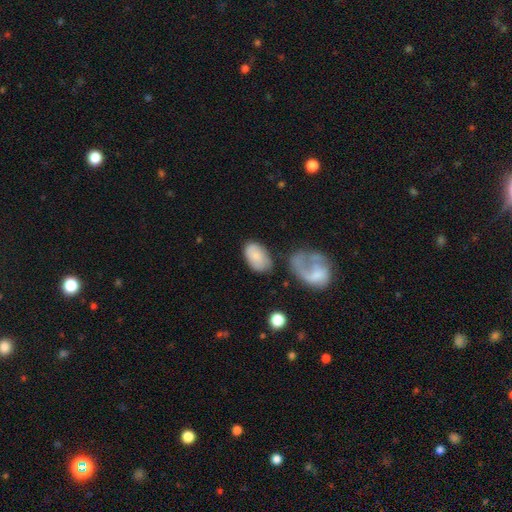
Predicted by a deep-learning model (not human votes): A smooth galaxy with no disk features (73%) that is in between round and cigar-shaped (92%). Merging: none (58%).